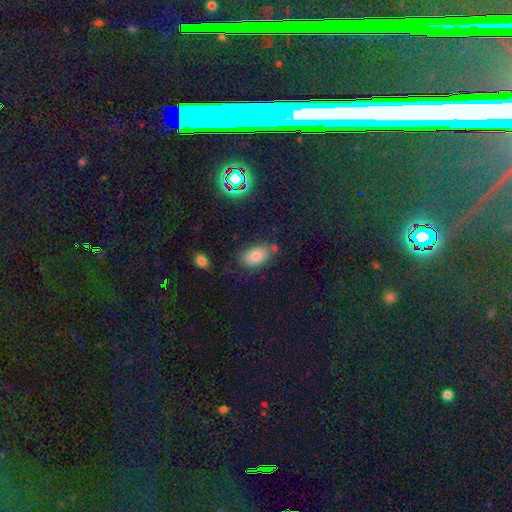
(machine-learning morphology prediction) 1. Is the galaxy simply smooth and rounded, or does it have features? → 74% smooth, 15% star or artifact, 11% featured or disk.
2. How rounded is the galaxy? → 91% in between, 6% round, 3% cigar-shaped.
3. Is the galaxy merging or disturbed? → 70% none, 18% minor disturbance, 6% merger, 6% major disturbance.